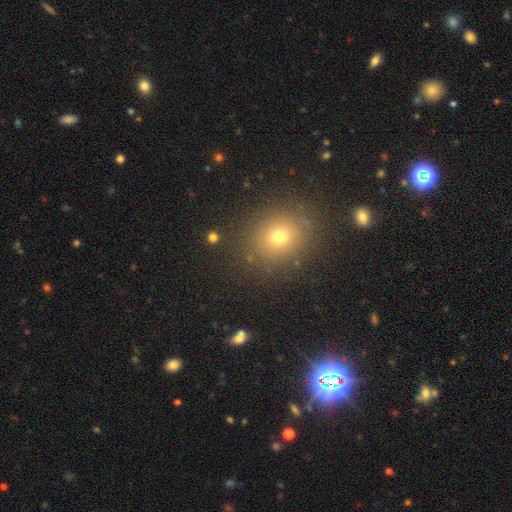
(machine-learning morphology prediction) smooth 55%, star or artifact 36%, featured or disk 9%. Down the decision tree: how rounded — round (63%); merging — none (89%).